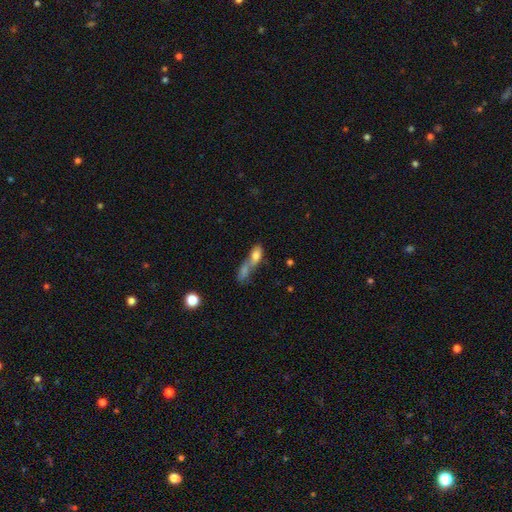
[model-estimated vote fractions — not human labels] This appears to be a smooth galaxy with no disk features (73%) that is in between round and cigar-shaped (73%). Merging: merger (68%).